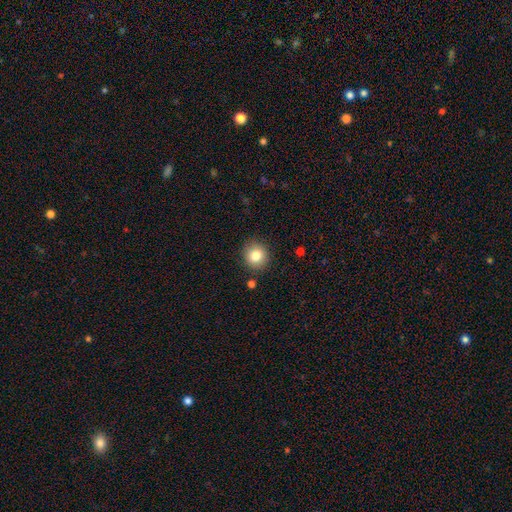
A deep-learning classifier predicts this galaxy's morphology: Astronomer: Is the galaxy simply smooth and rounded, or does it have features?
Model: smooth — 81%.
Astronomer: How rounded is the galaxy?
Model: round — 87%.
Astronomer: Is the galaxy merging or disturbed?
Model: none — 89%.